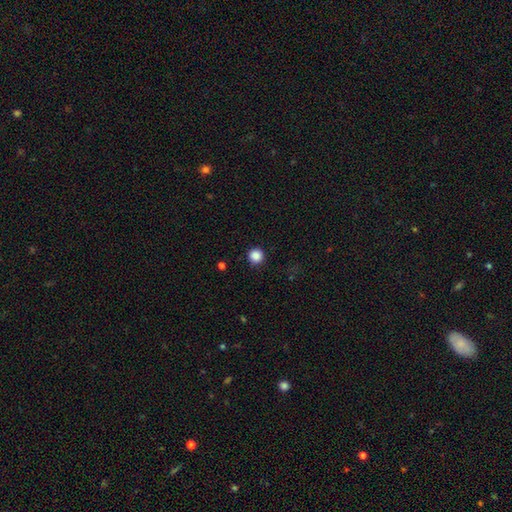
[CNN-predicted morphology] smooth 87%, star or artifact 10%, featured or disk 3%. Down the decision tree: how rounded — round (96%); merging — none (91%).